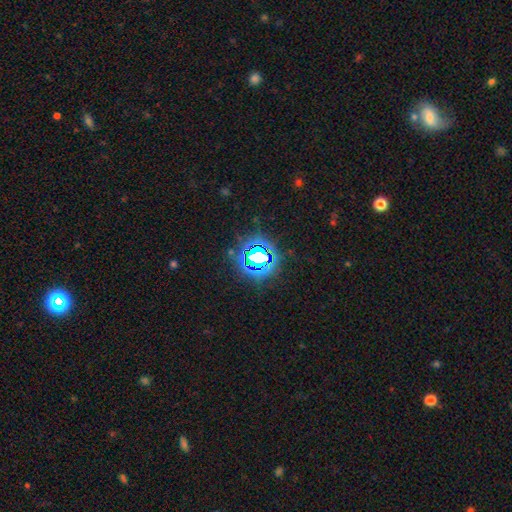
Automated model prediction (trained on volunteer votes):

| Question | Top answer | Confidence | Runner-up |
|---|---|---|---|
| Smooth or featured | star or artifact | 75% | smooth (14%) |